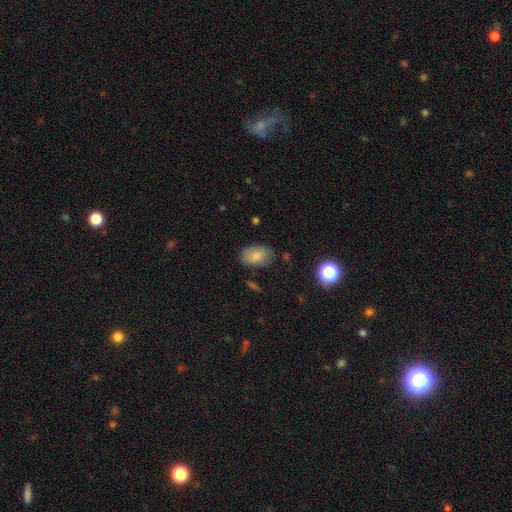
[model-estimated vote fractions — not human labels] This appears to be a smooth galaxy with no disk features (83%) that is in between round and cigar-shaped (90%). Merging: none (77%).